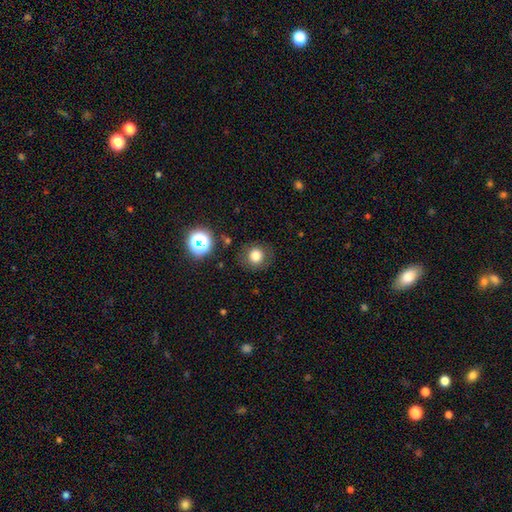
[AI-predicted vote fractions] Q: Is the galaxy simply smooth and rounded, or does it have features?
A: smooth — 79%.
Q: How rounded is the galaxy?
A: round — 89%.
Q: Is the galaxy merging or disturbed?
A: none — 84%.